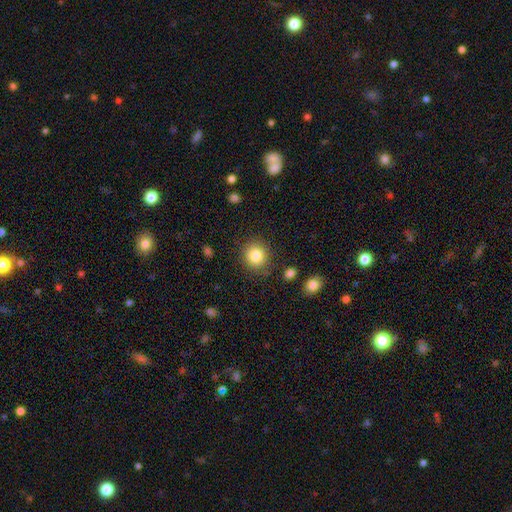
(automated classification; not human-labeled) smooth 84%, star or artifact 10%, featured or disk 6%. Down the decision tree: how rounded — round (89%); merging — none (86%).